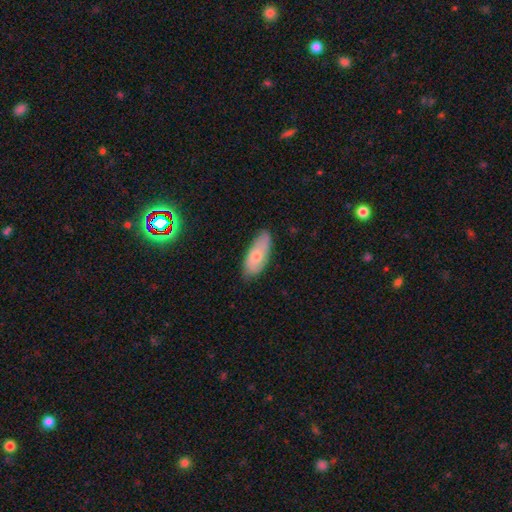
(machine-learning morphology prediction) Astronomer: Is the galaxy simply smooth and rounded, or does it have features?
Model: smooth — 64%.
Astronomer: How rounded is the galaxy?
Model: in between — 80%.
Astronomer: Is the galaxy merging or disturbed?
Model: none — 74%.